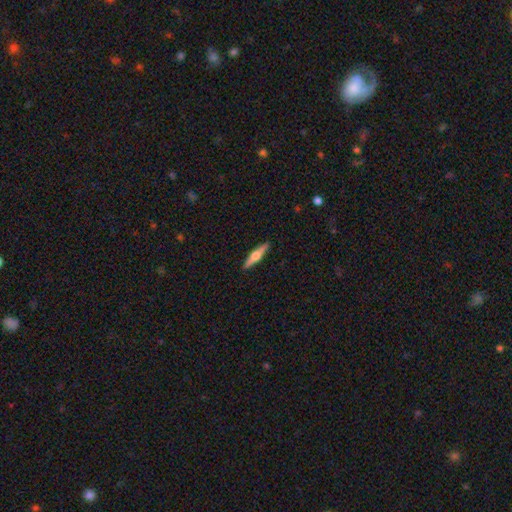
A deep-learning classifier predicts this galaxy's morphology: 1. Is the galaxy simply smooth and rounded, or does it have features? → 59% featured or disk, 36% smooth, 5% star or artifact.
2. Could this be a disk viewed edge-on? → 97% yes, 3% no.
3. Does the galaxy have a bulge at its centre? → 93% rounded, 5% boxy, 3% none.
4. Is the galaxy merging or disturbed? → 91% none, 6% minor disturbance, 1% major disturbance, 1% merger.